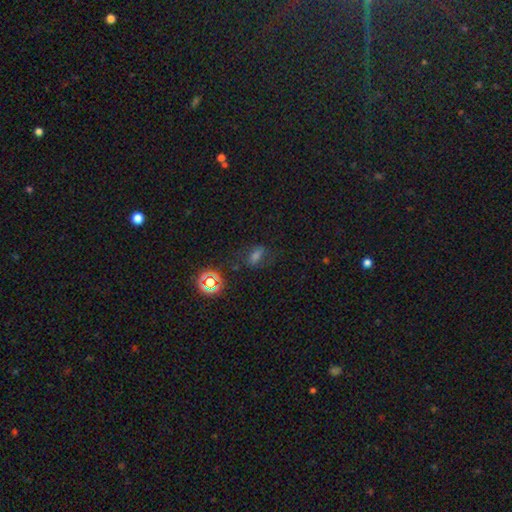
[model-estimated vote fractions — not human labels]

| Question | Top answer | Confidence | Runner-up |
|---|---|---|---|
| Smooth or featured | smooth | 46% | star or artifact (36%) |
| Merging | none | 70% | minor disturbance (17%) |